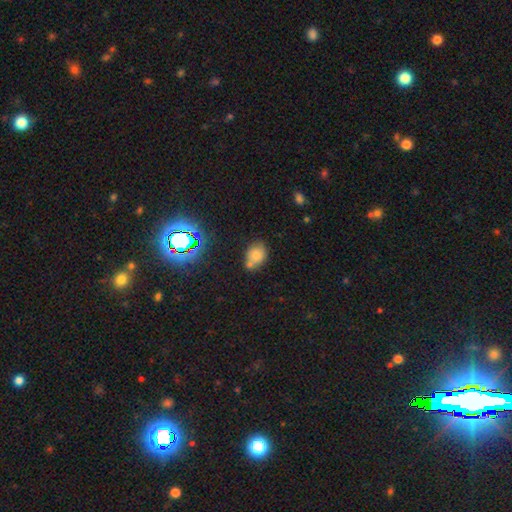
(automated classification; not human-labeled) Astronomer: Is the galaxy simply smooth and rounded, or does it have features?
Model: smooth — 73%.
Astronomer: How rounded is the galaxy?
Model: in between — 57% (runner-up: round, 41%).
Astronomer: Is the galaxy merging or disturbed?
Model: none — 50% (runner-up: merger, 26%).